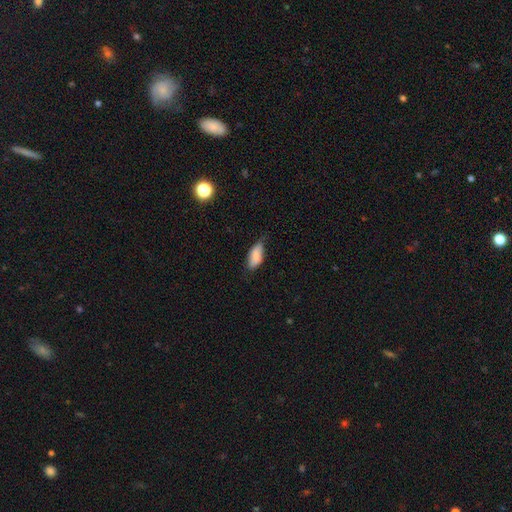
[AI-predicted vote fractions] smooth 83%, featured or disk 9%, star or artifact 7%. Down the decision tree: how rounded — in between (85%); merging — none (58%).